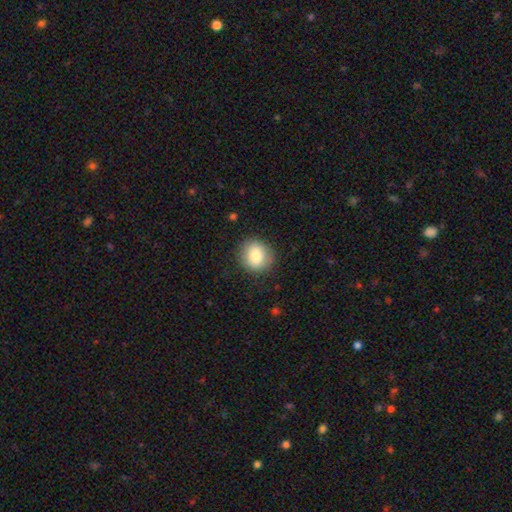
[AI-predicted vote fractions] A smooth galaxy with no disk features (80%) that is round (82%). Merging: none (86%).